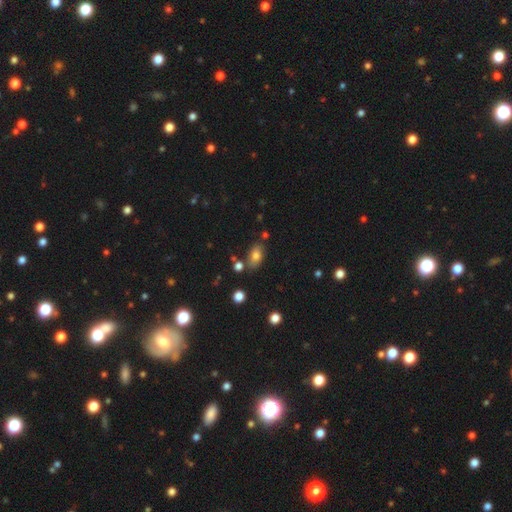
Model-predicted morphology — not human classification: A smooth galaxy with no disk features (77%) that is in between round and cigar-shaped (87%). Merging: none (75%).